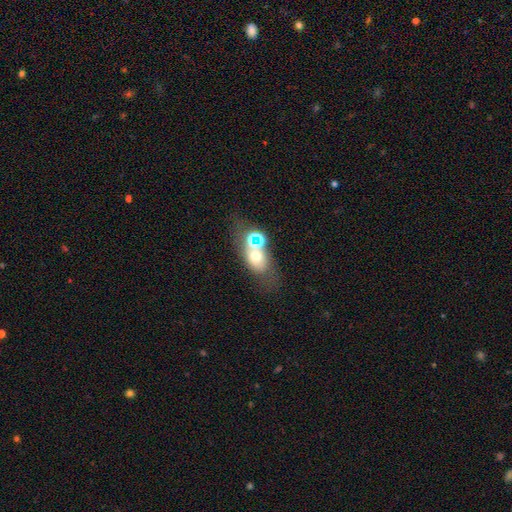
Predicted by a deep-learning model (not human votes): Smooth or featured? Predicted: smooth (p=0.52). How rounded? Predicted: in between (p=0.69). Merging? Predicted: none (p=0.42).